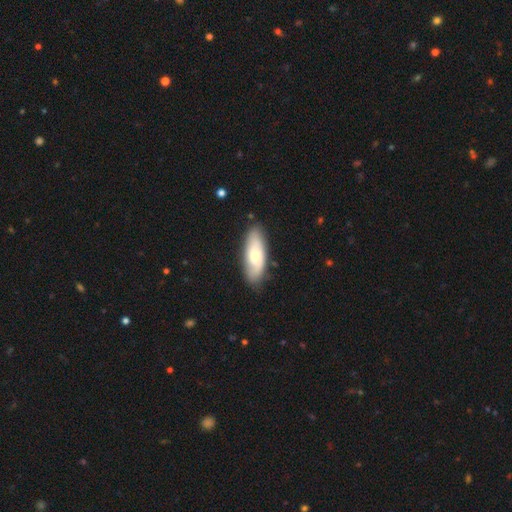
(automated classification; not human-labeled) smooth_or_featured: smooth (p=0.56) [alt: featured or disk p=0.39]
how_rounded: in between (p=0.74) [alt: cigar-shaped p=0.24]
merging: none (p=0.82) [alt: minor disturbance p=0.14]